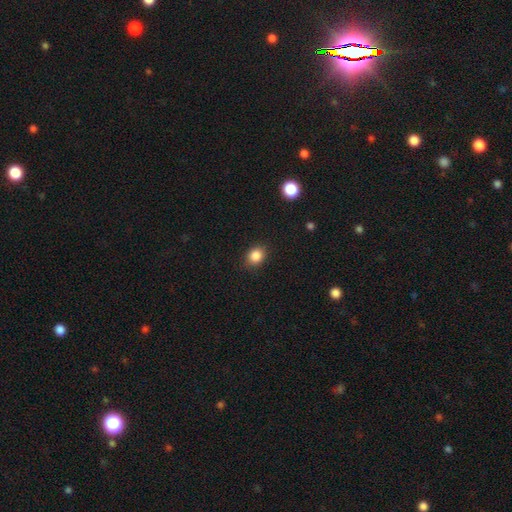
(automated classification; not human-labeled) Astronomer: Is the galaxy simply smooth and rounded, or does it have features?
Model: smooth — 86%.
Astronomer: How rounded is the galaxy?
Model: round — 60% (runner-up: in between, 39%).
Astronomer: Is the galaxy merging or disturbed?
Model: none — 86%.